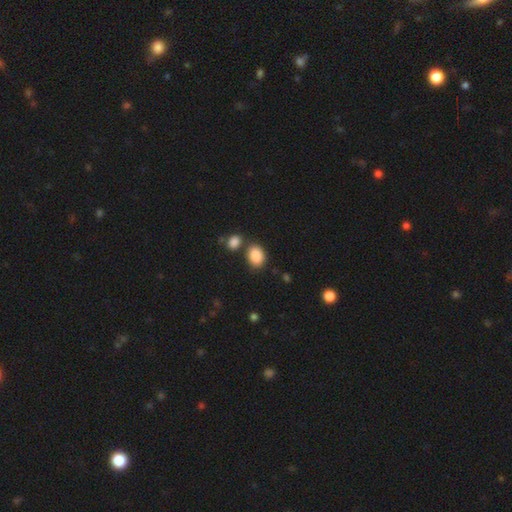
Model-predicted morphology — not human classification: Q: Smooth or featured?
A: smooth (88%); runner-up: star or artifact (8%)
Q: How rounded?
A: in between (70%); runner-up: round (29%)
Q: Merging?
A: none (67%); runner-up: merger (17%)